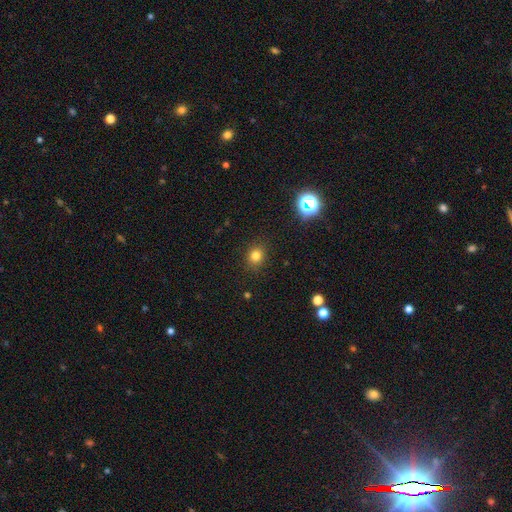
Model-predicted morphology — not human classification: The model was most divided on "how rounded": round: 73%, in between: 26%, cigar-shaped: 1%. More confident: merging — none (88%); smooth or featured — smooth (79%).